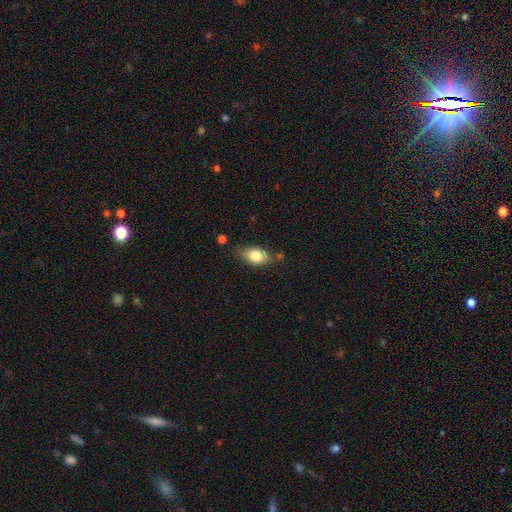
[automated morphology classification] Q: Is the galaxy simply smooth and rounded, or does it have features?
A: smooth — 78%.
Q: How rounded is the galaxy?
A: in between — 84%.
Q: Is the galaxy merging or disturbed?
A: none — 71%.